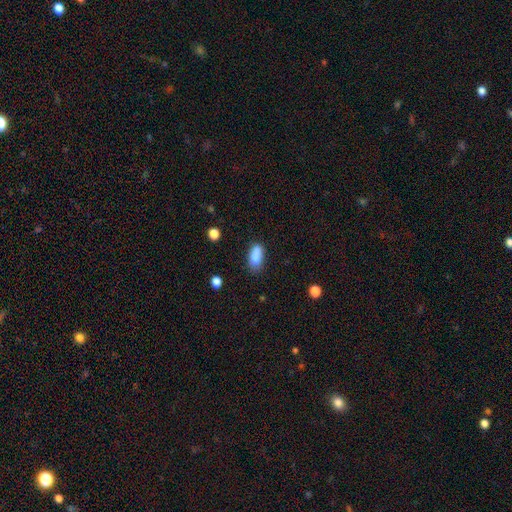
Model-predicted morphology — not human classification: Smooth or featured? smooth (82%)
How rounded? in between (83%)
Merging? none (62%)